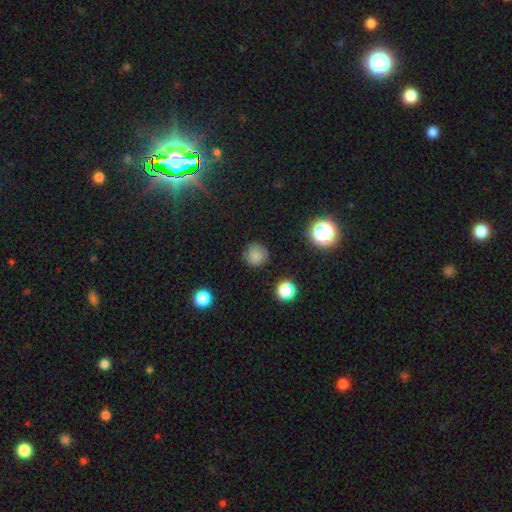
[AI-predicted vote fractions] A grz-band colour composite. It shows a smooth galaxy with no disk features (80%) that is round (93%). Merging: none (86%).